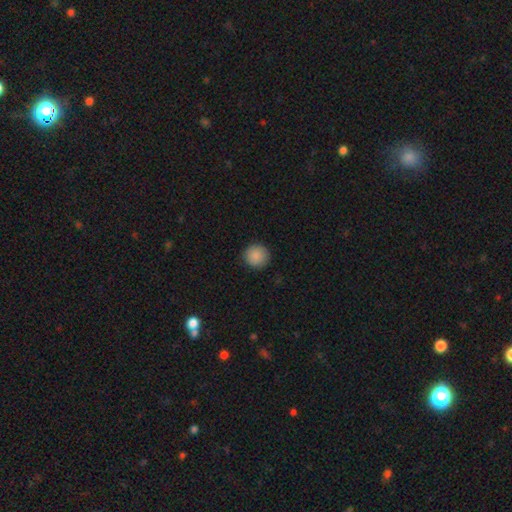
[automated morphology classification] A smooth galaxy with no disk features (88%) that is round (95%). Merging: none (91%).